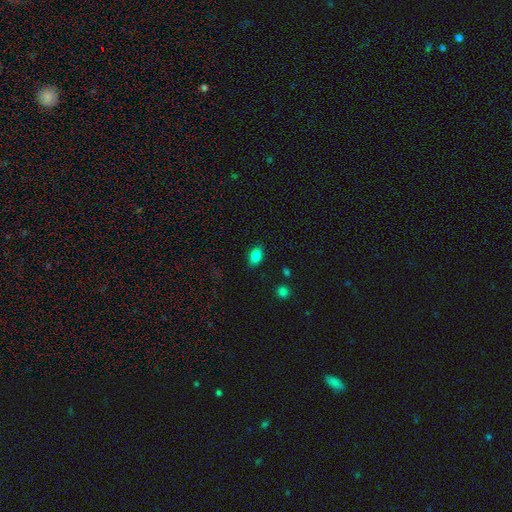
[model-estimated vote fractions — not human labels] This is clearly a smooth galaxy (84%). How rounded: clearly in between (86%). Merging: clearly none (84%).